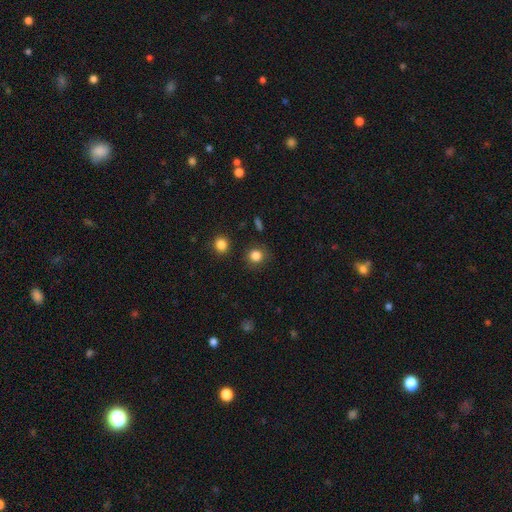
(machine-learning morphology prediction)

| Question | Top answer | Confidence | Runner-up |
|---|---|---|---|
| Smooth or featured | smooth | 84% | star or artifact (12%) |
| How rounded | round | 87% | in between (12%) |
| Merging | none | 85% | minor disturbance (9%) |